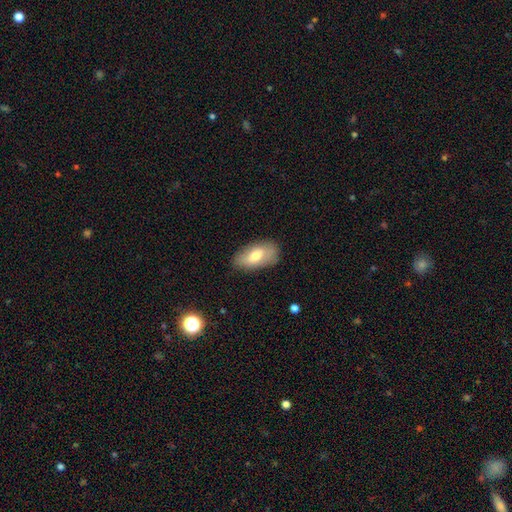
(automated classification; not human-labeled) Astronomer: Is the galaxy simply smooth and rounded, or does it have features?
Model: smooth — 67%.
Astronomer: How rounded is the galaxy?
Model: in between — 91%.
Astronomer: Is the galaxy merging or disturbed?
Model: none — 80%.